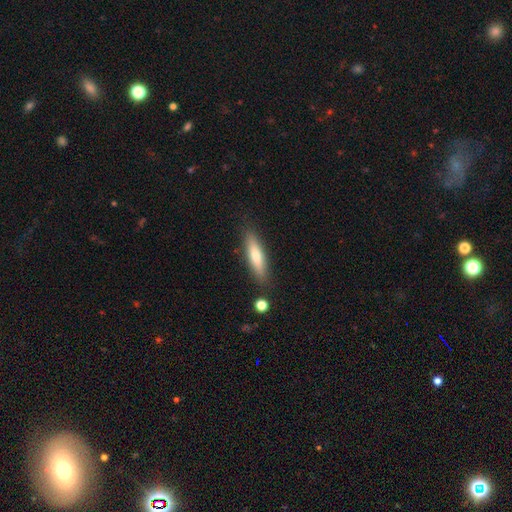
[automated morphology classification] Q: Smooth or featured?
A: smooth (64%); runner-up: featured or disk (29%)
Q: How rounded?
A: cigar-shaped (76%); runner-up: in between (23%)
Q: Merging?
A: none (84%); runner-up: minor disturbance (11%)